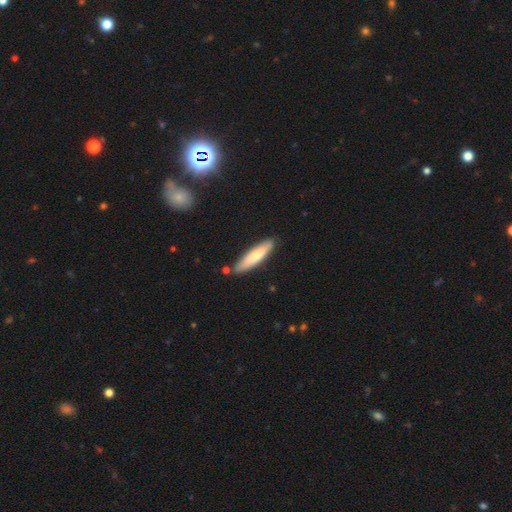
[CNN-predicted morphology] smooth 69%, featured or disk 26%, star or artifact 5%. Down the decision tree: how rounded — cigar-shaped (79%); merging — none (82%).